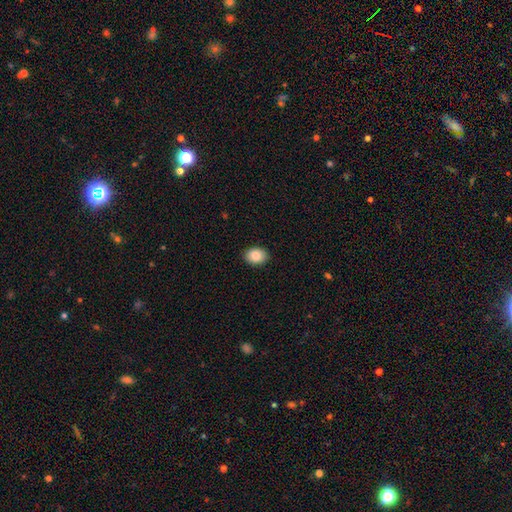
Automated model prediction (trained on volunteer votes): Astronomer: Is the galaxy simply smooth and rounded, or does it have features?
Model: smooth — 86%.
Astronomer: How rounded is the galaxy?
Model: in between — 70%.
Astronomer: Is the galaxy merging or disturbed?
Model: none — 90%.